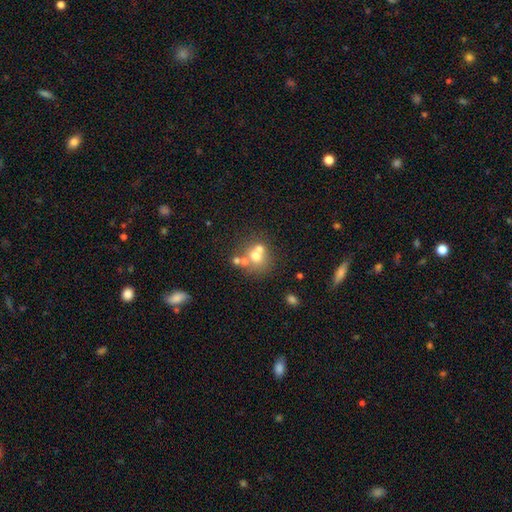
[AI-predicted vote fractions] smooth-or-featured: smooth: 58% | featured or disk: 28% | star or artifact: 15%
  how-rounded: round: 81% | in between: 18% | cigar-shaped: 1%
  merging: merger: 44% | none: 42% | minor disturbance: 8% | major disturbance: 5%